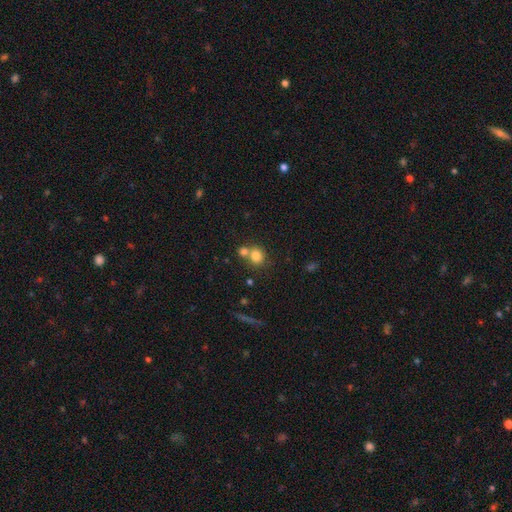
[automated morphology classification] Smooth or featured: smooth — 79% (star or artifact — 12%)
How rounded: round — 80% (in between — 19%)
Merging: none — 47% (merger — 42%)